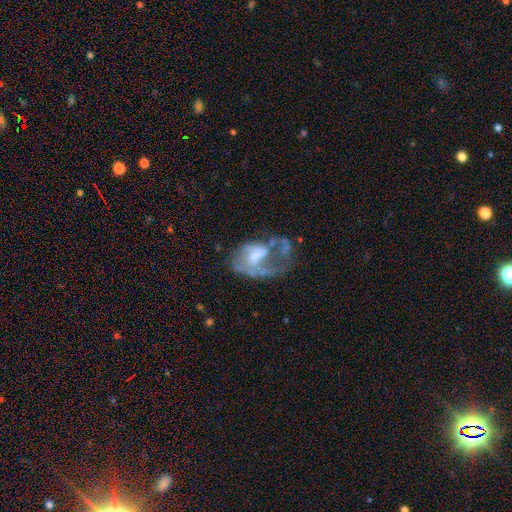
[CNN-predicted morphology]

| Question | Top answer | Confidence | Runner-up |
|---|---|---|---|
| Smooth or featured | featured or disk | 65% | smooth (26%) |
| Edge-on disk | no | 97% | yes (3%) |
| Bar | no | 63% | weak (30%) |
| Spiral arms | yes | 53% | no (47%) |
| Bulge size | moderate | 37% | none (24%) |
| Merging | major disturbance | 53% | none (21%) |